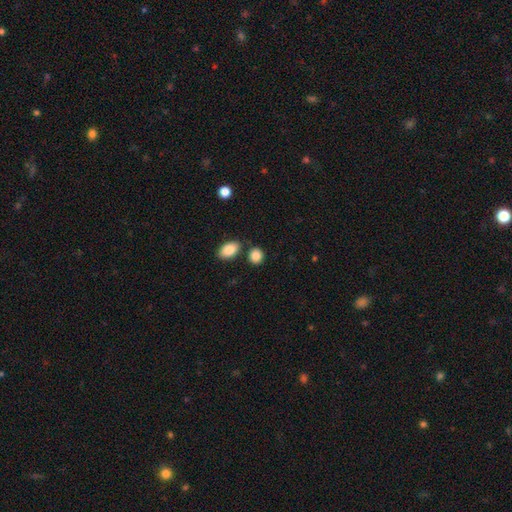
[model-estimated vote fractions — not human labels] smooth_or_featured: smooth (p=0.87) [alt: star or artifact p=0.08]
how_rounded: round (p=0.58) [alt: in between p=0.41]
merging: none (p=0.75) [alt: merger p=0.12]